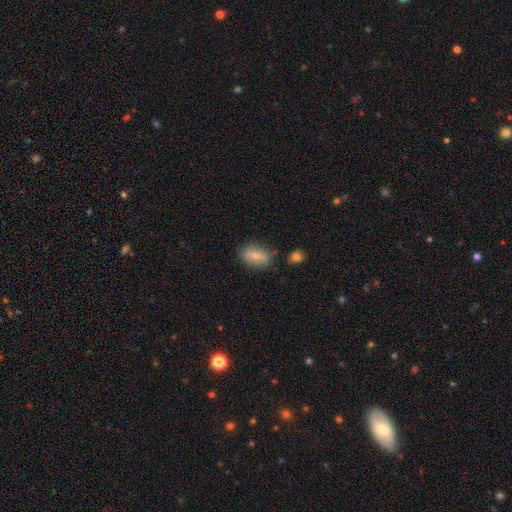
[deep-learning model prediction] smooth 70%, featured or disk 23%, star or artifact 8%. Down the decision tree: how rounded — in between (86%); merging — none (74%).